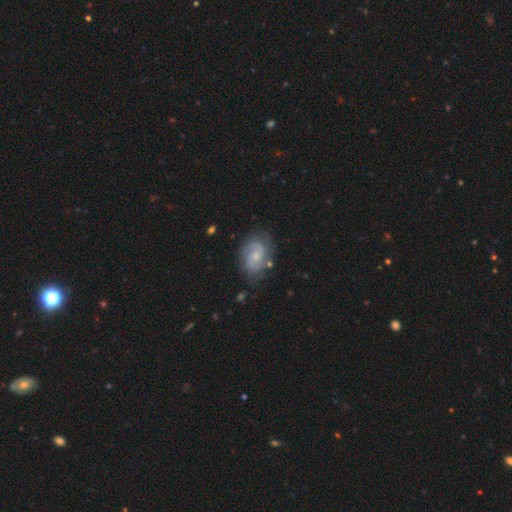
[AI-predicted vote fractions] A featured or disk galaxy (82%) with no bar (53%), 2 (80%) medium (48%) spiral arms (95%) and a small central bulge (57%).

Vote fractions:
- Smooth or featured? featured or disk: 82% / smooth: 12% / star or artifact: 6%
- Edge-on disk? no: 98% / yes: 2%
- Bar? no: 53% / weak: 41% / strong: 6%
- Spiral arms? yes: 95% / no: 5%
- Spiral winding? medium: 48% / tight: 39% / loose: 14%
- Spiral arm count? 2: 80% / can't tell: 9% / 3: 5% / 1: 2% / 4: 2% / more than 4: 2%
- Bulge size? small: 57% / moderate: 30% / none: 10% / large: 2% / dominant: 1%
- Merging? none: 73% / minor disturbance: 18% / major disturbance: 7% / merger: 3%